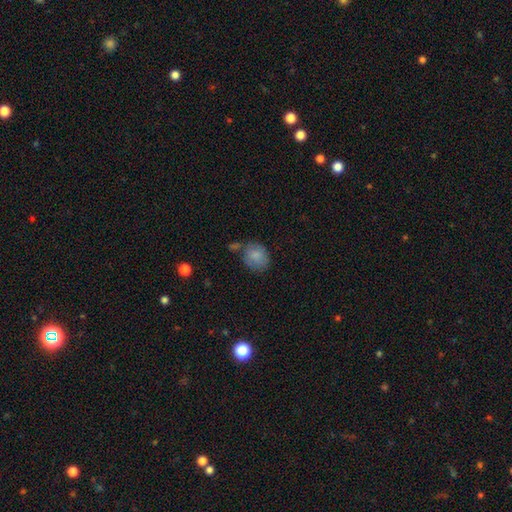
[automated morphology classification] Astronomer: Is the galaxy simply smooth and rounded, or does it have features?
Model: smooth — 84%.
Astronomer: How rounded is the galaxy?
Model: round — 61% (runner-up: in between, 38%).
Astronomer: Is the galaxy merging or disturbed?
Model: none — 58%.